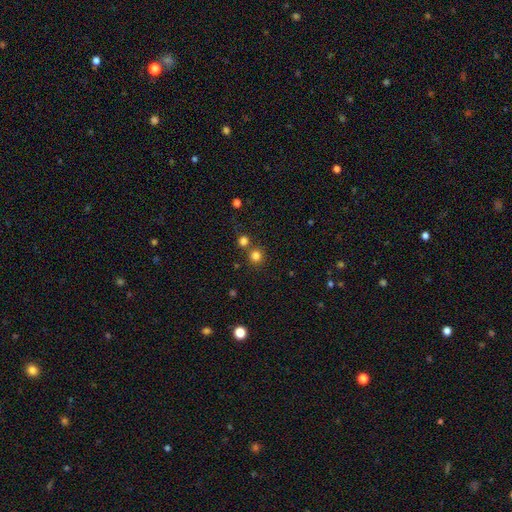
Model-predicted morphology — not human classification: type=smooth (79%); roundness=round (93%); merging=none (73%).